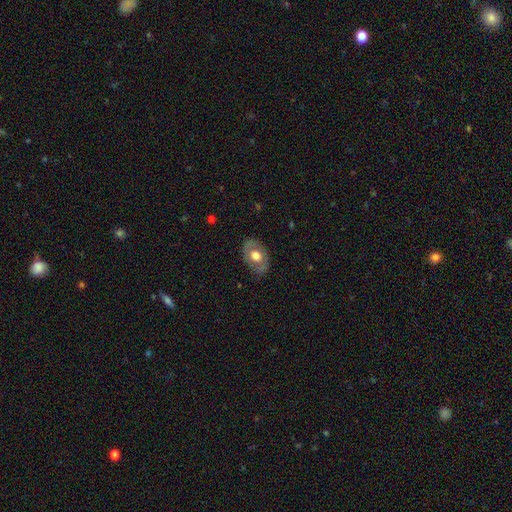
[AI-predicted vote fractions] Smooth or featured?
  - smooth: 51% *
  - featured or disk: 43%
  - star or artifact: 6%
How rounded?
  - in between: 76% *
  - round: 22%
  - cigar-shaped: 1%
Merging?
  - none: 79% *
  - minor disturbance: 15%
  - major disturbance: 5%
  - merger: 1%